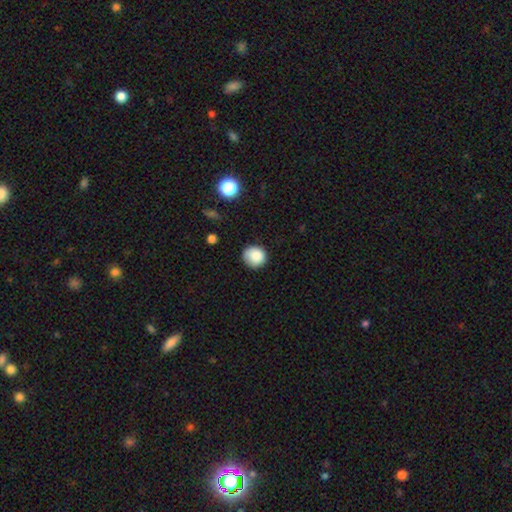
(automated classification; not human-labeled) A smooth galaxy with no disk features (86%) that is round (86%). Merging: none (78%).